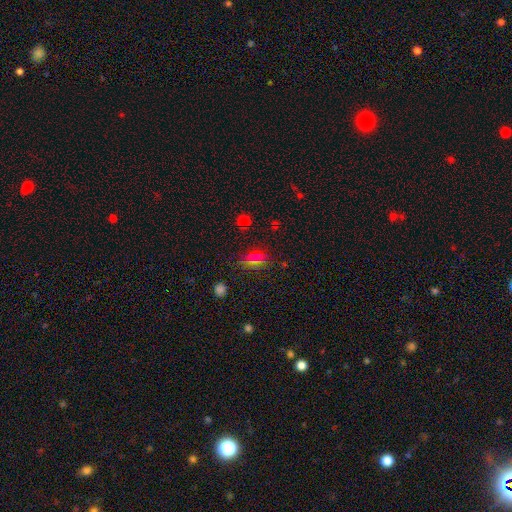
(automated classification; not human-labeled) Q: Smooth or featured?
A: smooth (57%); runner-up: star or artifact (34%)
Q: How rounded?
A: in between (54%); runner-up: round (41%)
Q: Merging?
A: none (80%); runner-up: minor disturbance (12%)